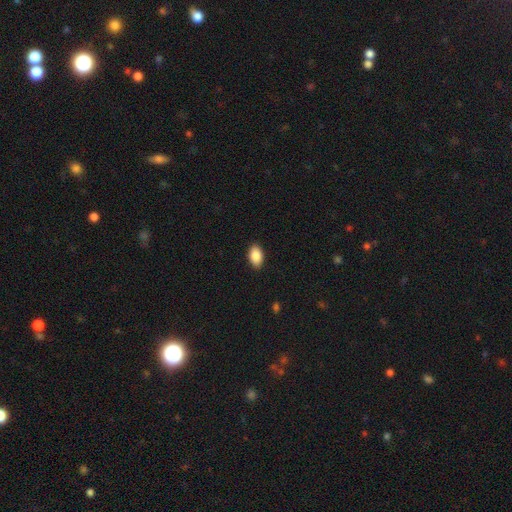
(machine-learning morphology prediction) This appears to be a smooth galaxy with no disk features (89%) that is in between round and cigar-shaped (91%). Merging: none (88%).